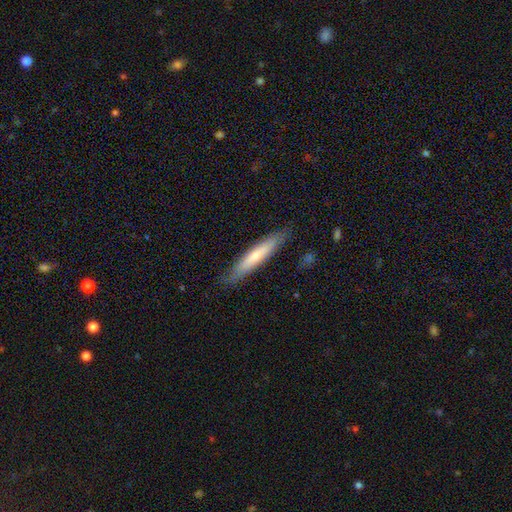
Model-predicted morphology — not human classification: A smooth galaxy with no disk features (63%) that is cigar-shaped (91%). Merging: none (86%).